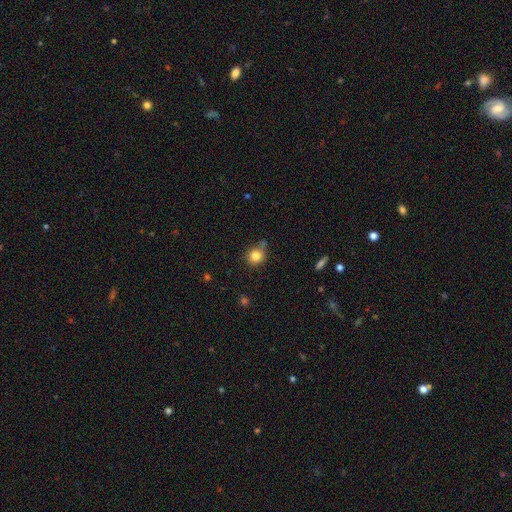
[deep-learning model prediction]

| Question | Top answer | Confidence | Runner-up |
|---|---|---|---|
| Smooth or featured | smooth | 82% | star or artifact (11%) |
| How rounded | round | 88% | in between (11%) |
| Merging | none | 71% | minor disturbance (16%) |